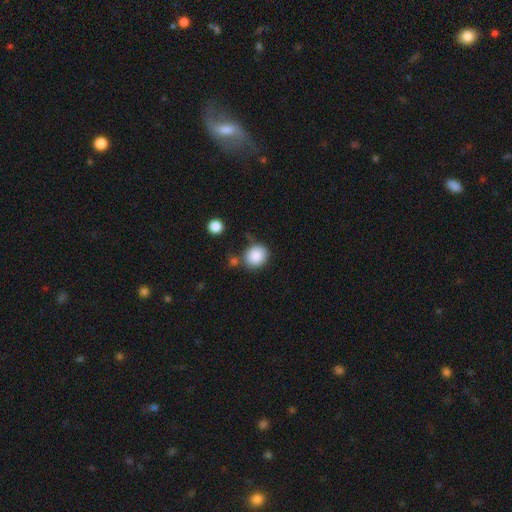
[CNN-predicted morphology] This is clearly a smooth galaxy (87%). How rounded: likely round (73%). Merging: likely none (70%).